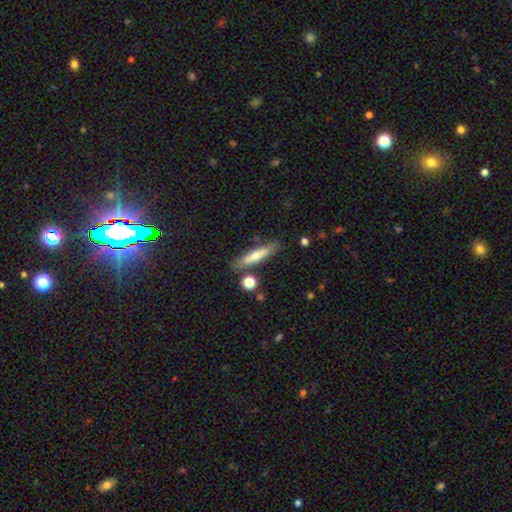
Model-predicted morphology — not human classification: The model was most divided on "smooth or featured": smooth: 61%, featured or disk: 32%, star or artifact: 7%. More confident: how rounded — cigar-shaped (87%); merging — none (78%).